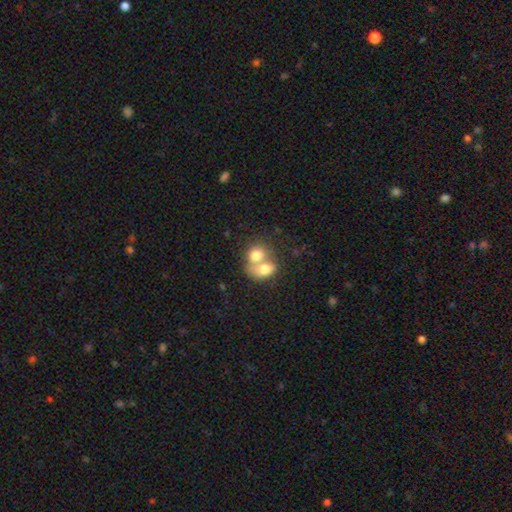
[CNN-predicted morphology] A smooth galaxy with no disk features (72%) that is in between round and cigar-shaped (54%).

Vote fractions:
- Smooth or featured? smooth: 72% / featured or disk: 20% / star or artifact: 8%
- How rounded? in between: 54% / round: 45% / cigar-shaped: 1%
- Merging? merger: 75% / none: 16% / minor disturbance: 5% / major disturbance: 3%